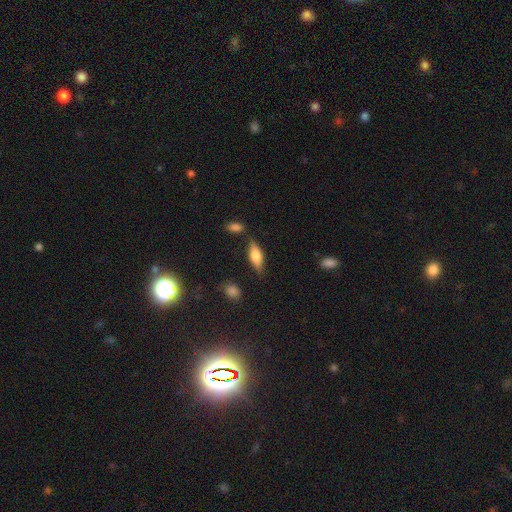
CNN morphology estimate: Smooth or featured?
  - smooth: 60% *
  - featured or disk: 33%
  - star or artifact: 7%
How rounded?
  - in between: 64% *
  - cigar-shaped: 33%
  - round: 3%
Merging?
  - none: 75% *
  - minor disturbance: 16%
  - merger: 5%
  - major disturbance: 4%